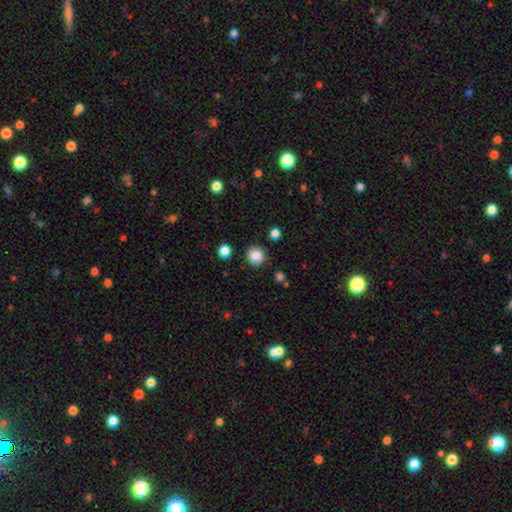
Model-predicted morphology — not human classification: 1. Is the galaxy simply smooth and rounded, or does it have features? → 86% smooth, 10% star or artifact, 4% featured or disk.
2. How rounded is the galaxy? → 90% round, 9% in between, 1% cigar-shaped.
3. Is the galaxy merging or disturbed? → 88% none, 7% minor disturbance, 2% major disturbance, 2% merger.